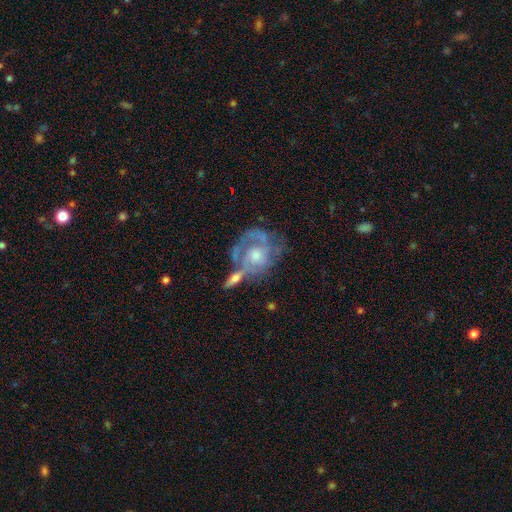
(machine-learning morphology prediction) This is likely a featured or disk galaxy (78%). It is clearly not viewed edge-on (97%). Bar: likely no (76%). Spiral arm pattern: likely yes (80%). Spiral arm count: marginally can't tell (36%). Spiral winding: possibly tight (52%). Central bulge: possibly moderate (54%). Merging: marginally none (38%).